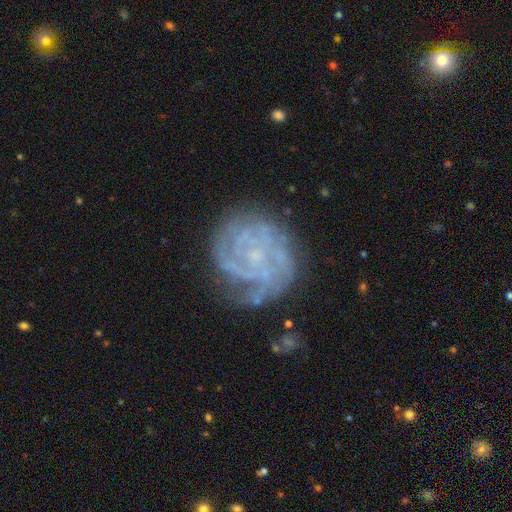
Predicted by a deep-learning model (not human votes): smooth-or-featured: featured or disk: 83% | smooth: 9% | star or artifact: 8%
  disk-edge-on: no: 98% | yes: 2%
    bar: no: 74% | weak: 21% | strong: 5%
    has-spiral-arms: yes: 94% | no: 6%
      spiral-winding: tight: 73% | medium: 22% | loose: 5%
      spiral-arm-count: can't tell: 30% | 3: 22% | 4: 18% | 2: 15% | more than 4: 8% | 1: 7%
    bulge-size: small: 74% | none: 14% | moderate: 10% | large: 1% | dominant: 1%
  merging: none: 72% | minor disturbance: 18% | major disturbance: 8% | merger: 2%